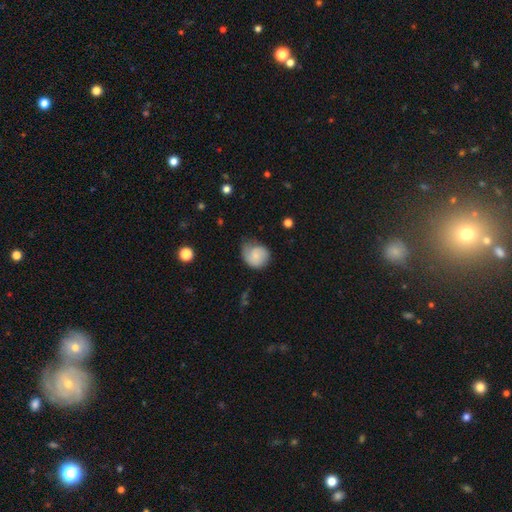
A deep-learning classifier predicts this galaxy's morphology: A smooth galaxy with no disk features (67%) that is round (75%).

Vote fractions:
- Smooth or featured? smooth: 67% / featured or disk: 25% / star or artifact: 8%
- How rounded? round: 75% / in between: 24% / cigar-shaped: 1%
- Merging? none: 43% / minor disturbance: 39% / major disturbance: 16% / merger: 2%